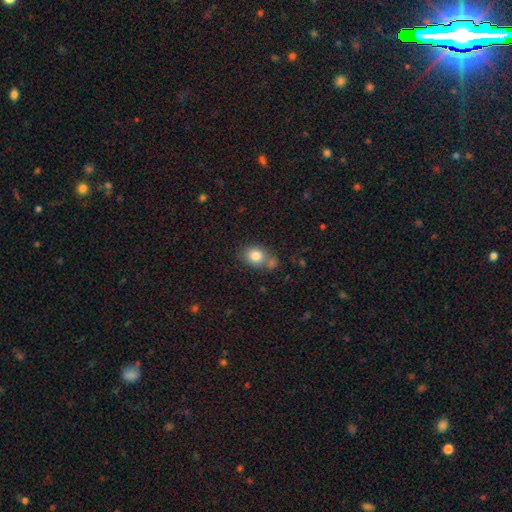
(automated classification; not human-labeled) smooth-or-featured: smooth: 83% | star or artifact: 9% | featured or disk: 8%
  how-rounded: round: 52% | in between: 47% | cigar-shaped: 1%
  merging: none: 53% | merger: 26% | minor disturbance: 16% | major disturbance: 5%